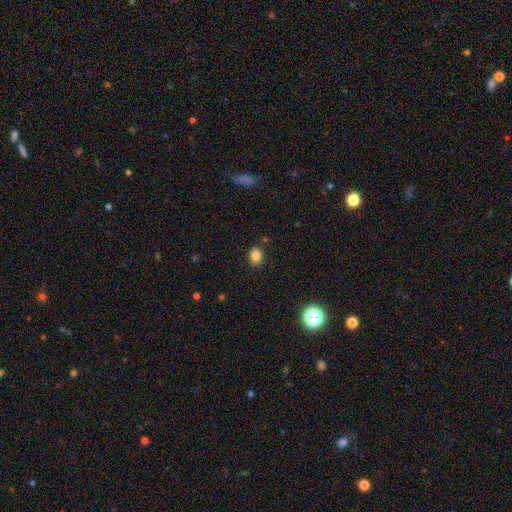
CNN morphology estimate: Smooth or featured: smooth — 83% (star or artifact — 11%)
How rounded: in between — 60% (round — 39%)
Merging: none — 85% (minor disturbance — 10%)